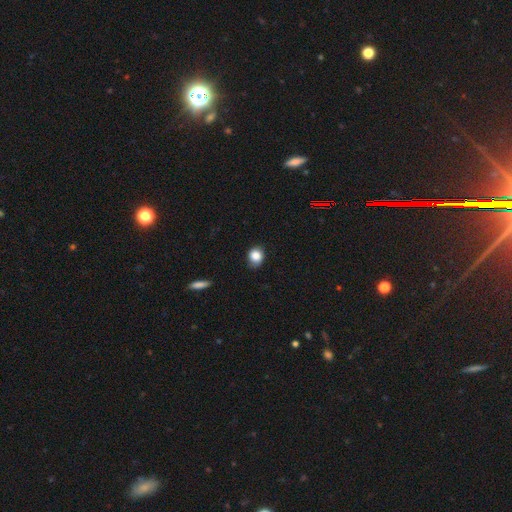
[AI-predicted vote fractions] Morphology: type=smooth (85%); roundness=round (67%); merging=none (71%).